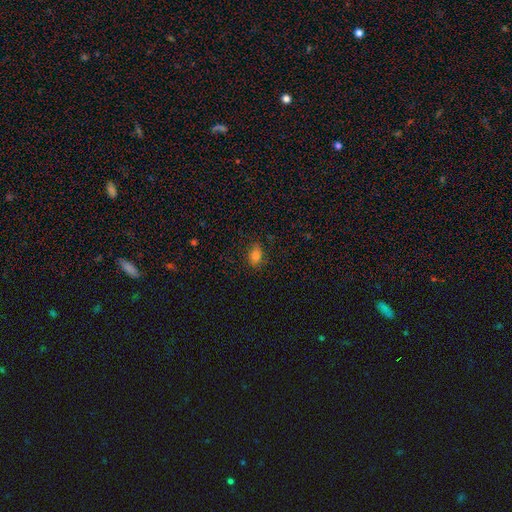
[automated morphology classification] Smooth or featured? smooth (81%)
How rounded? in between (80%)
Merging? none (80%)